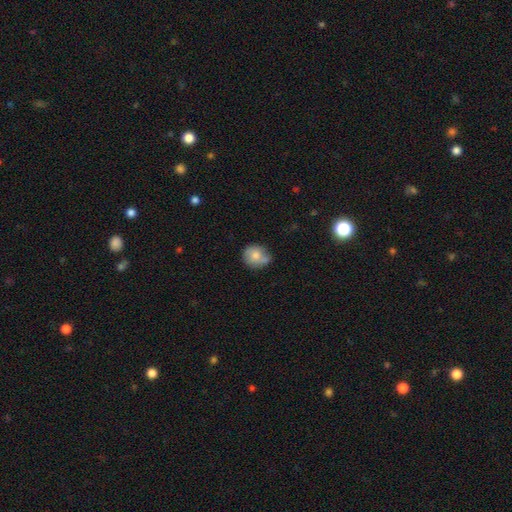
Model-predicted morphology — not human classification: A smooth galaxy with no disk features (70%) that is round (76%).

Vote fractions:
- Smooth or featured? smooth: 70% / featured or disk: 21% / star or artifact: 8%
- How rounded? round: 76% / in between: 23% / cigar-shaped: 1%
- Merging? none: 55% / minor disturbance: 26% / merger: 13% / major disturbance: 6%